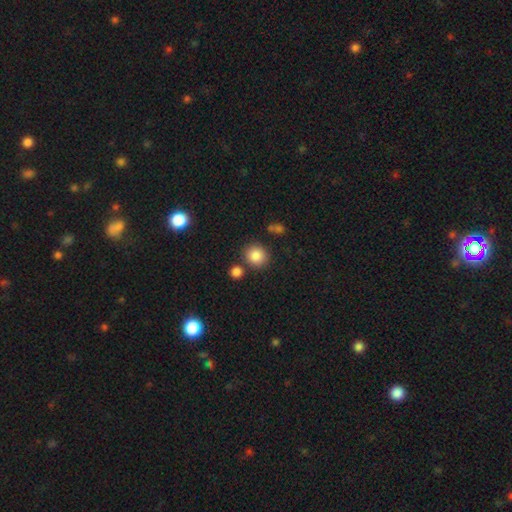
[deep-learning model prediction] Q: Smooth or featured?
A: smooth (85%); runner-up: star or artifact (9%)
Q: How rounded?
A: round (86%); runner-up: in between (13%)
Q: Merging?
A: none (77%); runner-up: merger (10%)